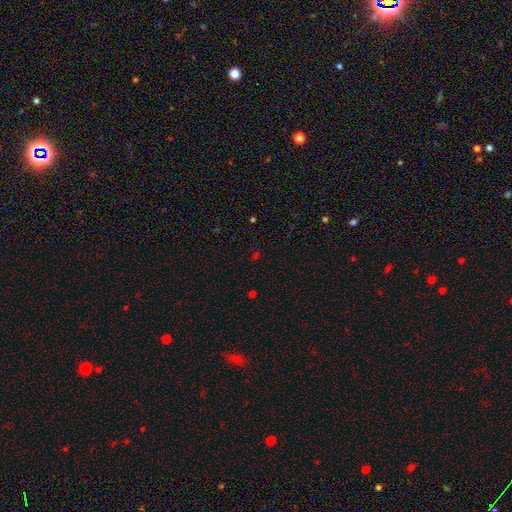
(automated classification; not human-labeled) A star or artifact, not a galaxy (57%).